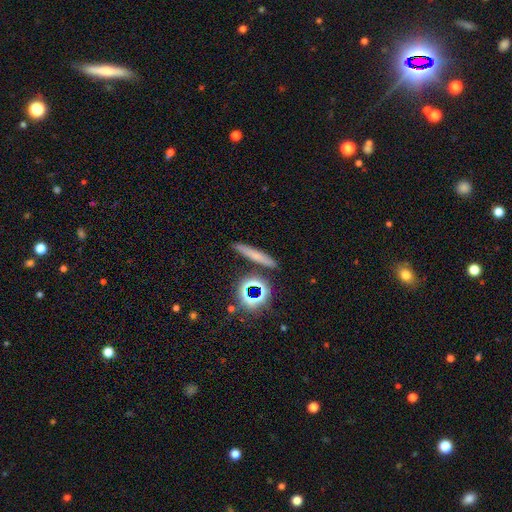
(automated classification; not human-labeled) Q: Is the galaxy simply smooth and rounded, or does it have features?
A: smooth — 56%.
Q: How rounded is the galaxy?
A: cigar-shaped — 82%.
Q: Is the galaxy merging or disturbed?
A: none — 85%.